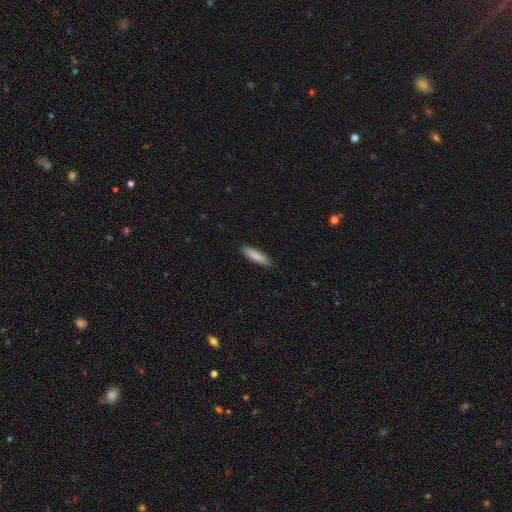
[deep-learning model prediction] Smooth or featured? Predicted: smooth (p=0.86). How rounded? Predicted: cigar-shaped (p=0.73). Merging? Predicted: none (p=0.89).